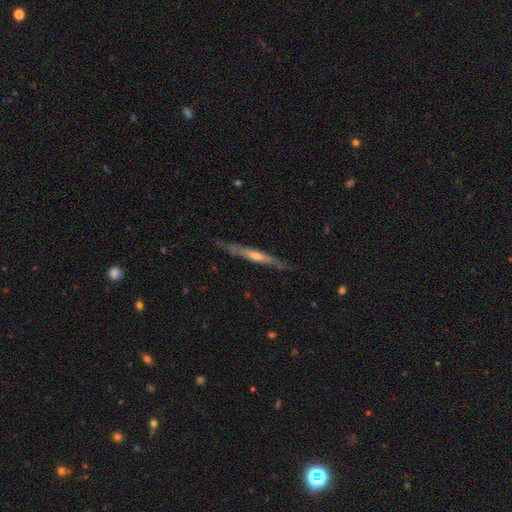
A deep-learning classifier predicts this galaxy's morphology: Smooth or featured?
  - featured or disk: 72% *
  - smooth: 23%
  - star or artifact: 6%
Edge-on disk?
  - yes: 92% *
  - no: 8%
Edge-on bulge?
  - rounded: 63% *
  - none: 30%
  - boxy: 7%
Merging?
  - none: 79% *
  - minor disturbance: 16%
  - major disturbance: 3%
  - merger: 2%